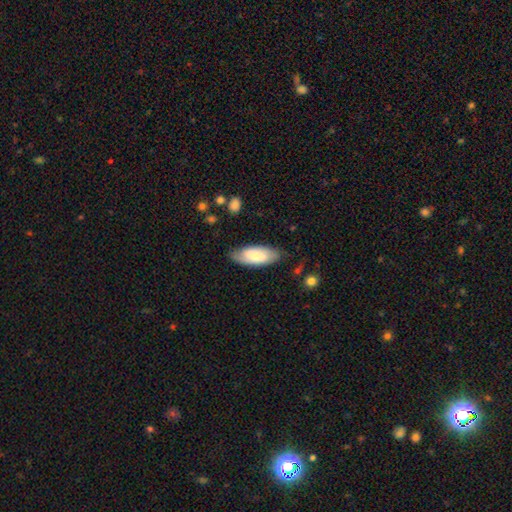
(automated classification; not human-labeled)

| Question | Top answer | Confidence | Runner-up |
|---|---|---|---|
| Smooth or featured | smooth | 62% | featured or disk (32%) |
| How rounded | in between | 83% | cigar-shaped (15%) |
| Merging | none | 77% | minor disturbance (18%) |